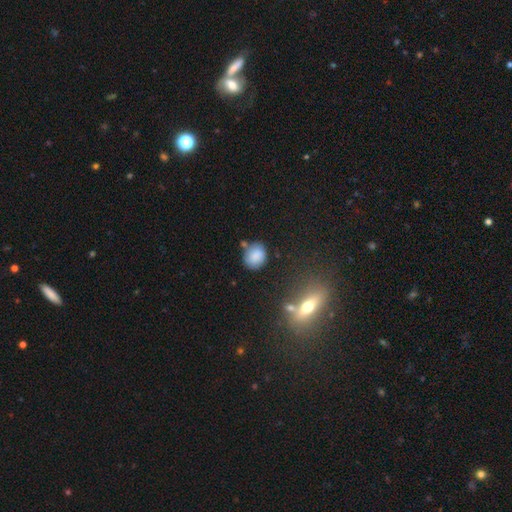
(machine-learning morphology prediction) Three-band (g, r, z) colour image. It shows a smooth galaxy with no disk features (84%) that is round (59%). Merging: none (70%).